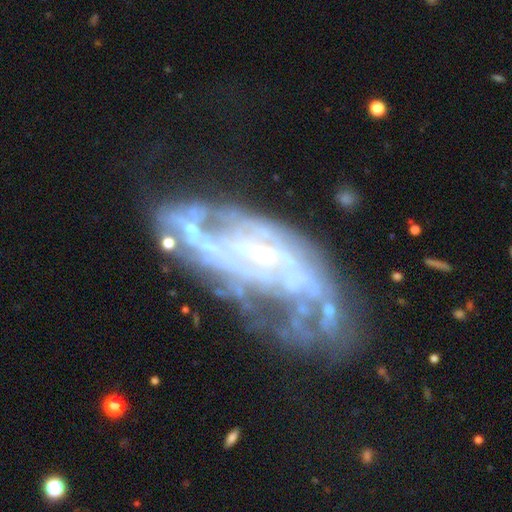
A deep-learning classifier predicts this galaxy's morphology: Smooth or featured?
  - featured or disk: 81% *
  - smooth: 10%
  - star or artifact: 9%
Edge-on disk?
  - no: 90% *
  - yes: 10%
Bar?
  - no: 38% *
  - weak: 36%
  - strong: 26%
Spiral arms?
  - yes: 69% *
  - no: 31%
Bulge size?
  - small: 40% *
  - none: 33%
  - moderate: 22%
  - large: 4%
  - dominant: 1%
Merging?
  - none: 45% *
  - major disturbance: 25%
  - minor disturbance: 22%
  - merger: 9%